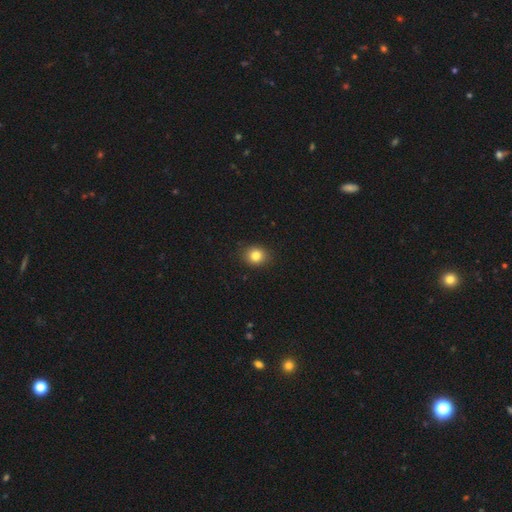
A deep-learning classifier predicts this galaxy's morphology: The model was most divided on "how rounded": round: 66%, in between: 33%, cigar-shaped: 1%. More confident: merging — none (89%); smooth or featured — smooth (82%).